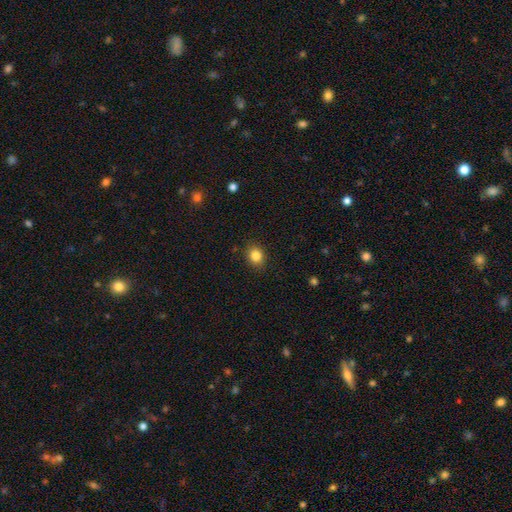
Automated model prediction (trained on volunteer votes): smooth 84%, star or artifact 11%, featured or disk 5%. Down the decision tree: how rounded — round (59%); merging — none (88%).